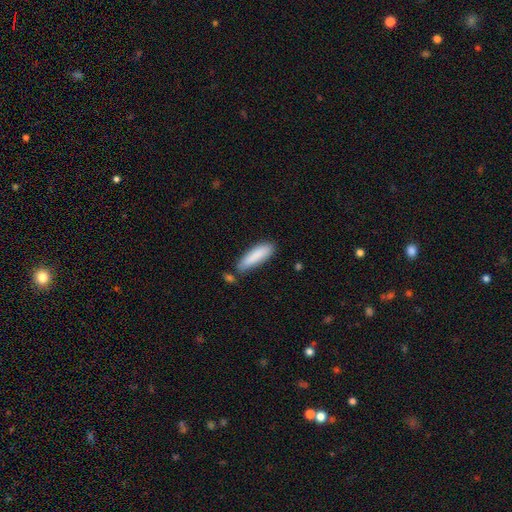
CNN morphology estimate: Overall: smooth (86%). How rounded: cigar-shaped (64%; in between 34%). Merging: none (71%).